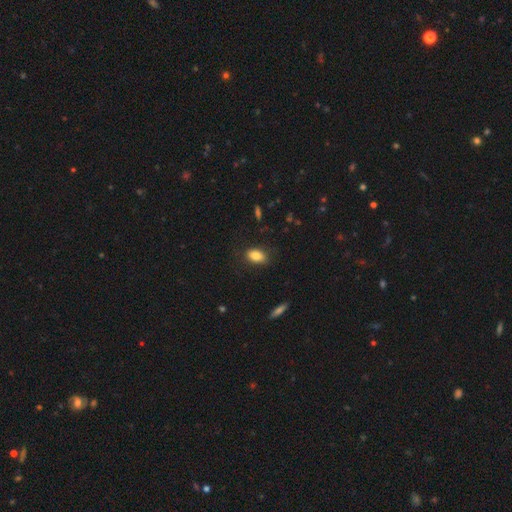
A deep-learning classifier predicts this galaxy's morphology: Smooth or featured? smooth (84%)
How rounded? in between (88%)
Merging? none (82%)